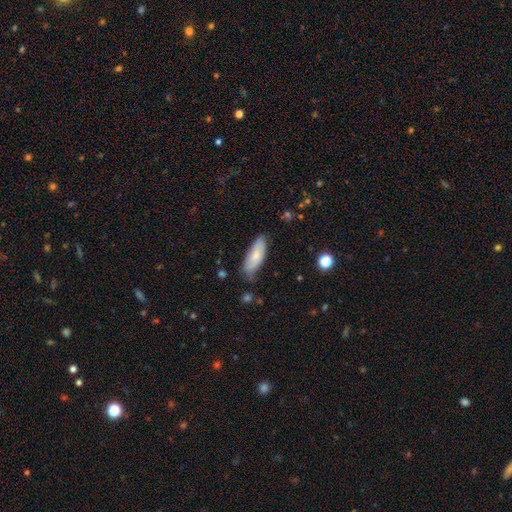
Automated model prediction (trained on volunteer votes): Smooth or featured? Predicted: smooth (p=0.74). How rounded? Predicted: in between (p=0.72). Merging? Predicted: none (p=0.68).